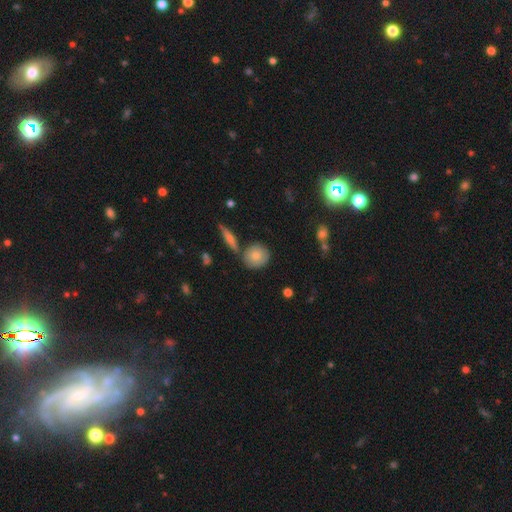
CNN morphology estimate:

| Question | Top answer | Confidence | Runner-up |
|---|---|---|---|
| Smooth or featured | smooth | 75% | featured or disk (17%) |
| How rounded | round | 81% | in between (17%) |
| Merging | none | 75% | minor disturbance (12%) |